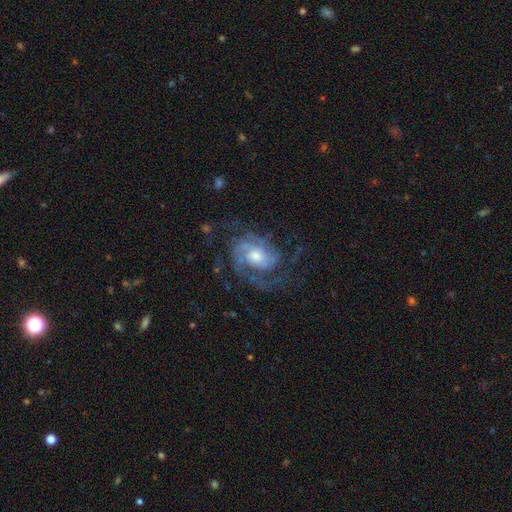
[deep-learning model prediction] This appears to be a featured or disk galaxy (88%) with no bar (64%), 2 (39%) medium (45%) spiral arms (97%) and a moderate central bulge (59%). Merging: none (65%).